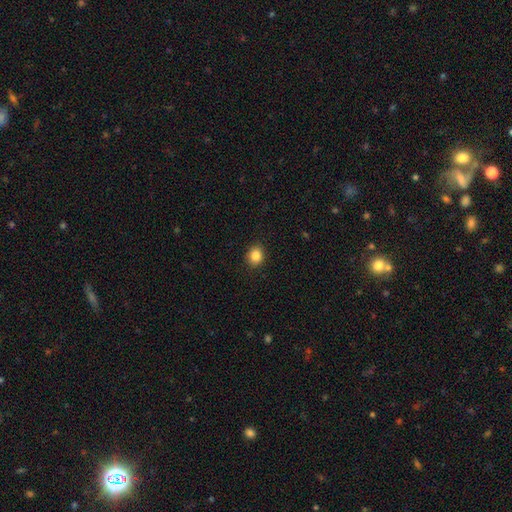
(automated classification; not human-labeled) Morphology: type=smooth (85%); roundness=round (68%); merging=none (90%).